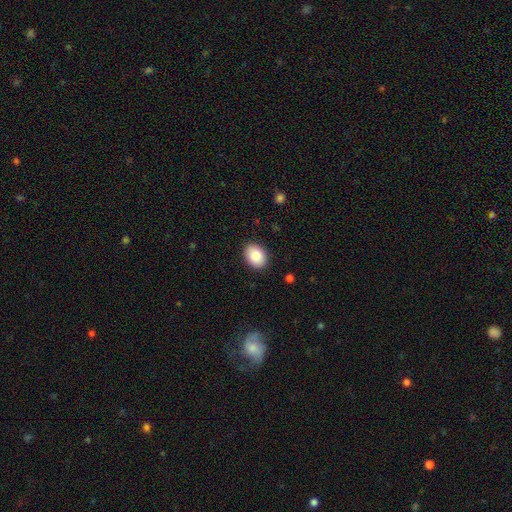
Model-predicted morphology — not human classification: Smooth or featured? Predicted: smooth (p=0.86). How rounded? Predicted: in between (p=0.70). Merging? Predicted: none (p=0.89).